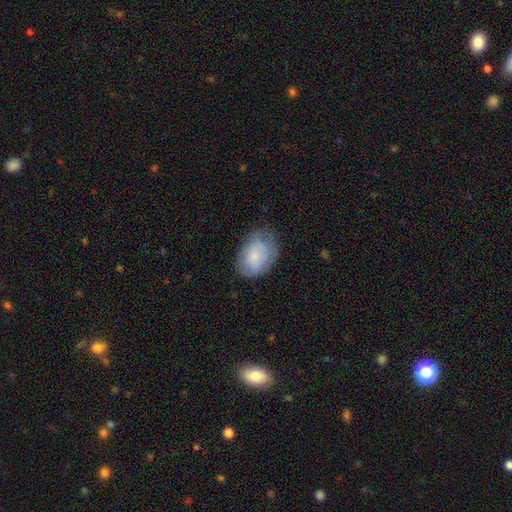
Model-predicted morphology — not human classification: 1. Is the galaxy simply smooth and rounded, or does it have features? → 73% smooth, 20% featured or disk, 7% star or artifact.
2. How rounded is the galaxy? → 83% in between, 16% round, 1% cigar-shaped.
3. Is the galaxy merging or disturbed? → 57% none, 31% minor disturbance, 10% major disturbance, 1% merger.